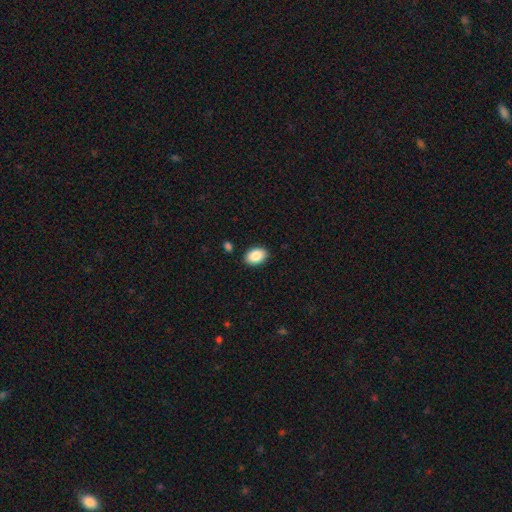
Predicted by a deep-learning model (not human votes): A smooth galaxy with no disk features (88%) that is in between round and cigar-shaped (87%).

Vote fractions:
- Smooth or featured? smooth: 88% / star or artifact: 7% / featured or disk: 5%
- How rounded? in between: 87% / round: 12% / cigar-shaped: 1%
- Merging? none: 89% / minor disturbance: 8% / major disturbance: 2% / merger: 2%